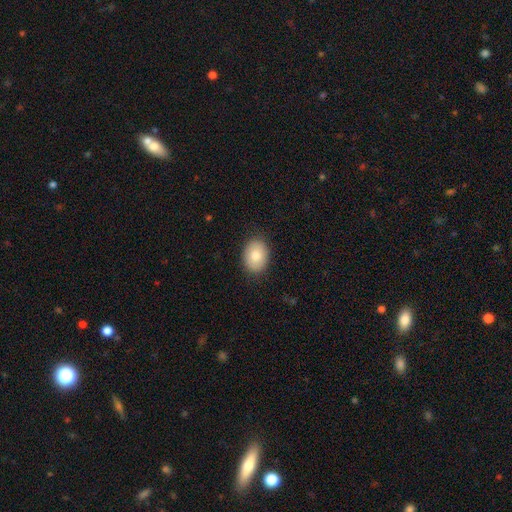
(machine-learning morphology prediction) This appears to be a smooth galaxy with no disk features (83%) that is in between round and cigar-shaped (70%). Merging: none (87%).